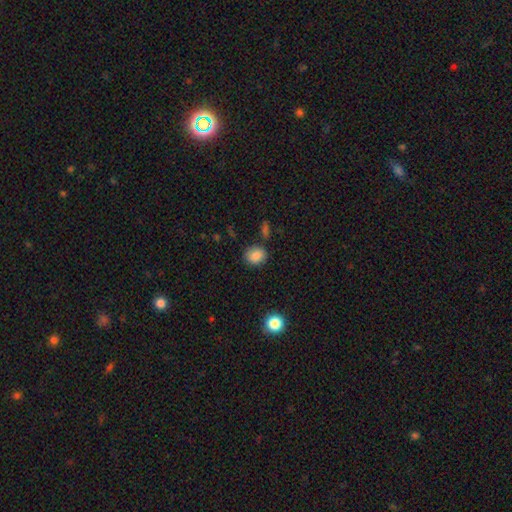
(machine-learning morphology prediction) type=smooth (85%); roundness=round (70%); merging=none (79%).